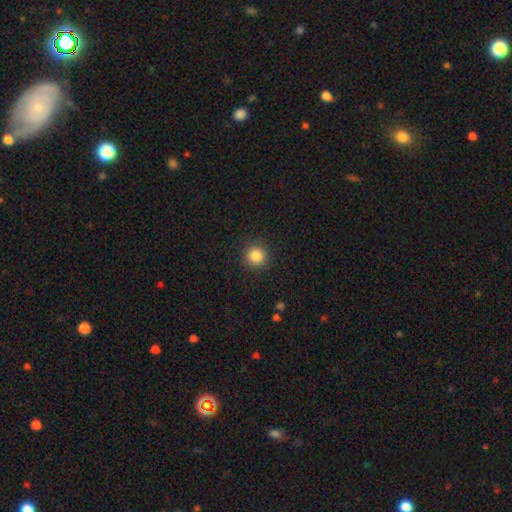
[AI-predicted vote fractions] A smooth galaxy with no disk features (85%) that is round (94%). Merging: none (90%).